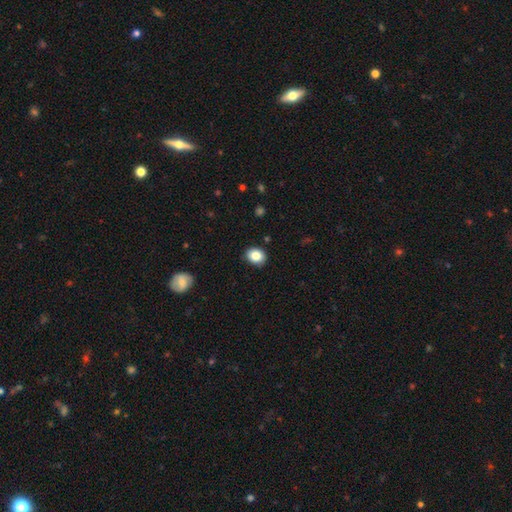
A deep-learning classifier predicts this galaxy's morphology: A smooth galaxy with no disk features (85%) that is round (50%).

Vote fractions:
- Smooth or featured? smooth: 85% / star or artifact: 9% / featured or disk: 7%
- How rounded? round: 50% / in between: 49% / cigar-shaped: 1%
- Merging? none: 87% / minor disturbance: 10% / major disturbance: 2% / merger: 1%